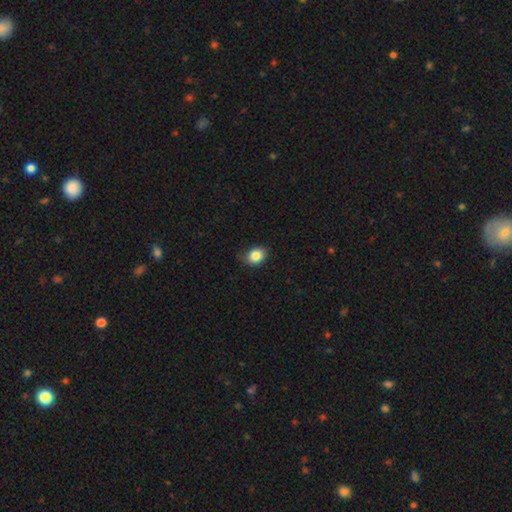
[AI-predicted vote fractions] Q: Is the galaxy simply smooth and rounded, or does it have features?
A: smooth — 85%.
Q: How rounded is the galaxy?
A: round — 51%.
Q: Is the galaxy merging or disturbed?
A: none — 74%.